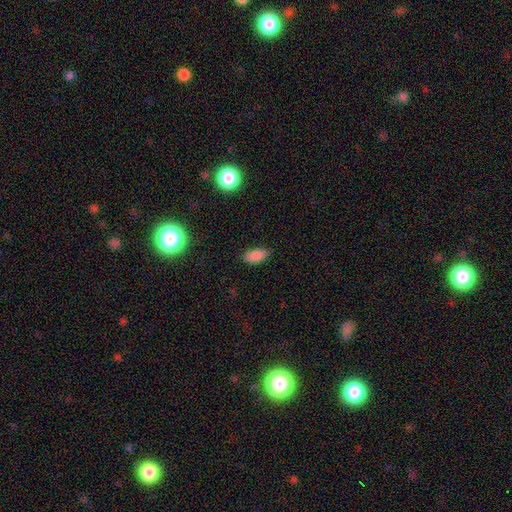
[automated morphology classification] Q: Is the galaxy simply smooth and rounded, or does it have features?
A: smooth — 86%.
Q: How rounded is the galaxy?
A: in between — 92%.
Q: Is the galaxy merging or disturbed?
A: none — 84%.